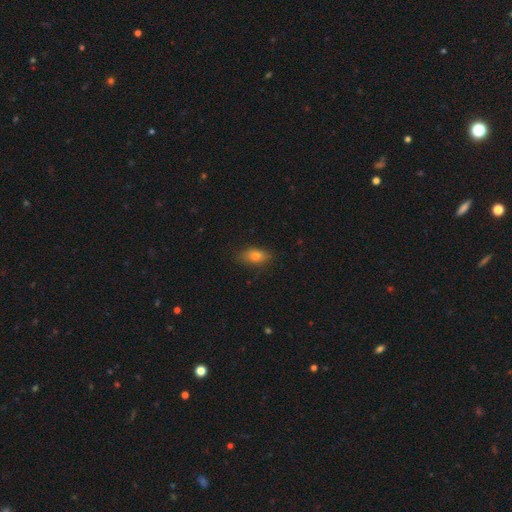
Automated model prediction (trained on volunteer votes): A smooth galaxy with no disk features (79%) that is in between round and cigar-shaped (83%).

Vote fractions:
- Smooth or featured? smooth: 79% / star or artifact: 11% / featured or disk: 10%
- How rounded? in between: 83% / cigar-shaped: 10% / round: 8%
- Merging? none: 81% / minor disturbance: 14% / major disturbance: 3% / merger: 1%